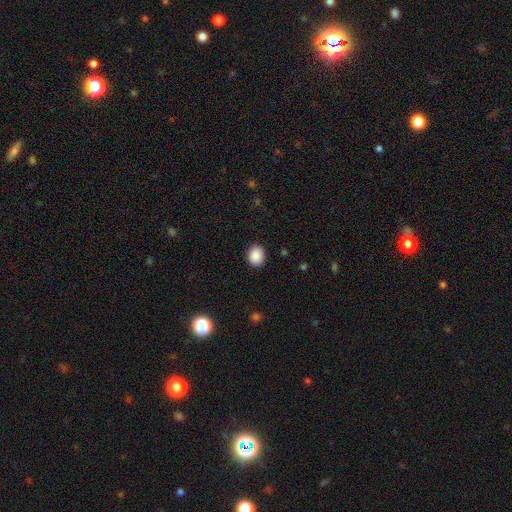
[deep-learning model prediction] Morphology: type=smooth (89%); roundness=round (56%); merging=none (90%).